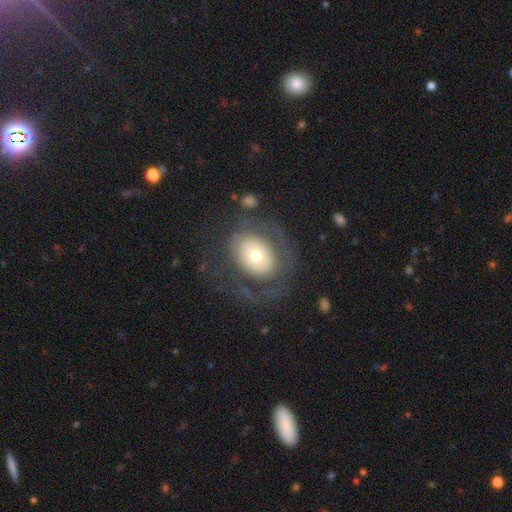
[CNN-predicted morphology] smooth-or-featured: featured or disk: 50% | smooth: 42% | star or artifact: 8%
  disk-edge-on: no: 94% | yes: 6%
  merging: none: 55% | major disturbance: 26% | minor disturbance: 16% | merger: 2%